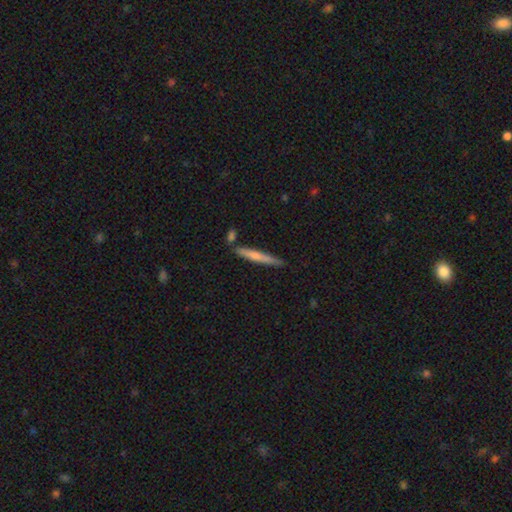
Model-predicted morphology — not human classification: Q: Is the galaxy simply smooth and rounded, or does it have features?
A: smooth — 62%.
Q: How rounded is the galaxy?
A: cigar-shaped — 95%.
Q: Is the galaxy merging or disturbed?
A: none — 77%.